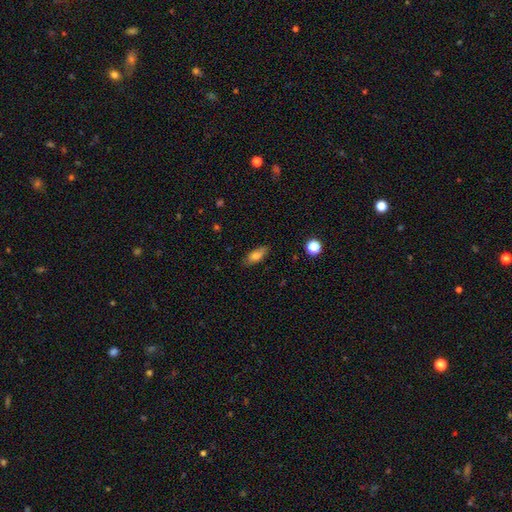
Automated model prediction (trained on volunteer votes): The model was most divided on "how rounded": in between: 75%, cigar-shaped: 21%, round: 4%. More confident: merging — none (83%); smooth or featured — smooth (75%).